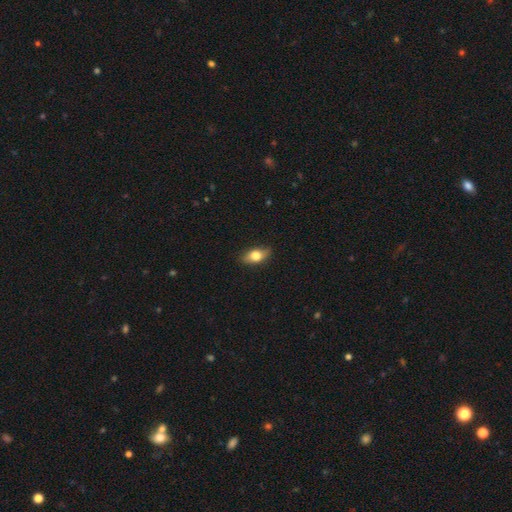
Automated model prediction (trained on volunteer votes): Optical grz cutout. It shows a smooth galaxy with no disk features (73%) that is in between round and cigar-shaped (84%). Merging: none (85%).